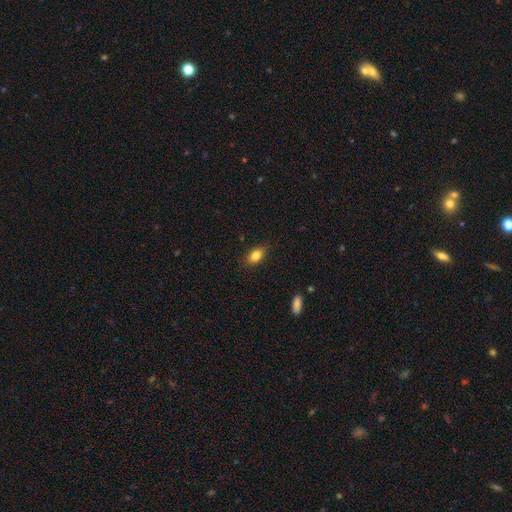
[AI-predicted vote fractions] The model was most divided on "how rounded": in between: 82%, round: 13%, cigar-shaped: 4%. More confident: merging — none (84%); smooth or featured — smooth (82%).